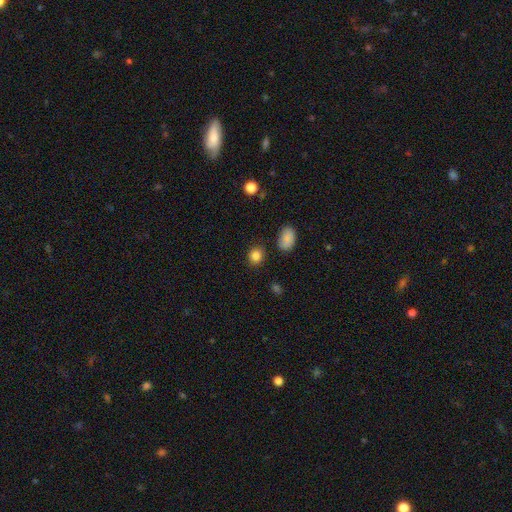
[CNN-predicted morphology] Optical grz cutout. It shows a smooth galaxy with no disk features (85%) that is round (71%). Merging: none (87%).